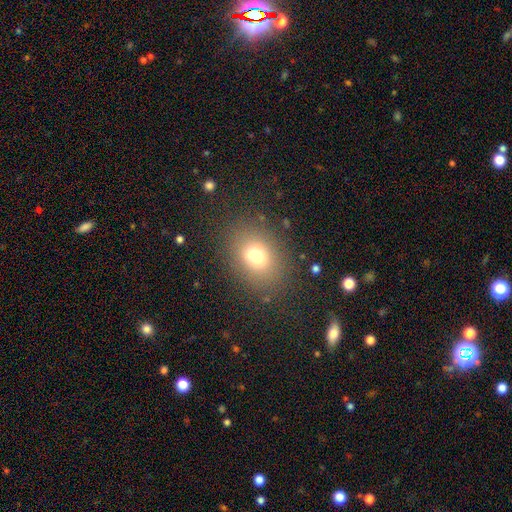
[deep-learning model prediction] This appears to be a smooth galaxy with no disk features (72%) that is in between round and cigar-shaped (69%). Merging: none (72%).